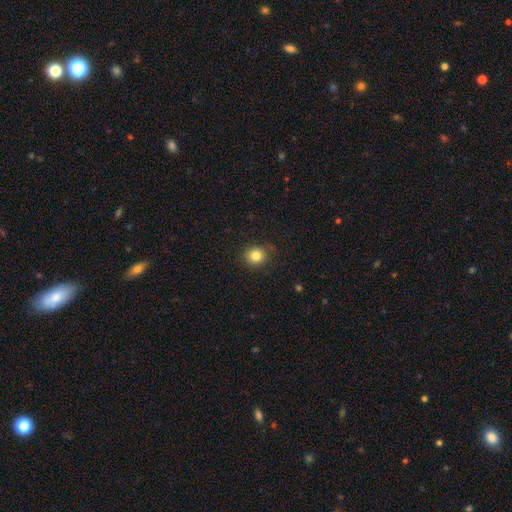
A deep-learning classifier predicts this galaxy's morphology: smooth_or_featured: smooth (p=0.82) [alt: star or artifact p=0.11]
how_rounded: round (p=0.85) [alt: in between p=0.14]
merging: none (p=0.85) [alt: minor disturbance p=0.11]